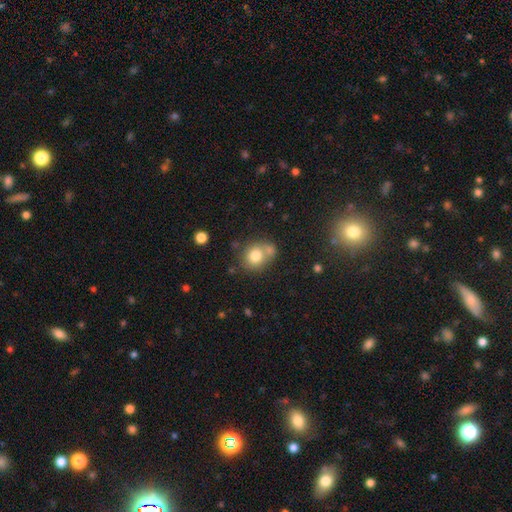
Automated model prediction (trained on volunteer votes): A smooth galaxy with no disk features (77%) that is round (73%).

Vote fractions:
- Smooth or featured? smooth: 77% / featured or disk: 13% / star or artifact: 10%
- How rounded? round: 73% / in between: 26% / cigar-shaped: 1%
- Merging? none: 50% / merger: 32% / minor disturbance: 13% / major disturbance: 5%